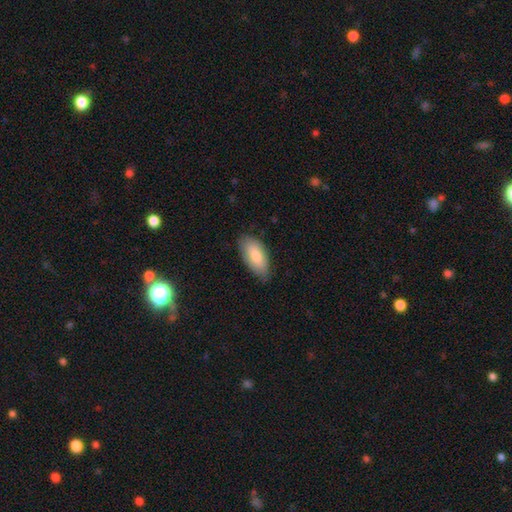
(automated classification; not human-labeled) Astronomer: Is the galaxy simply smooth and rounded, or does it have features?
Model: smooth — 79%.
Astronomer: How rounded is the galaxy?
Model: in between — 90%.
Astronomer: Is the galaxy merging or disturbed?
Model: none — 76%.